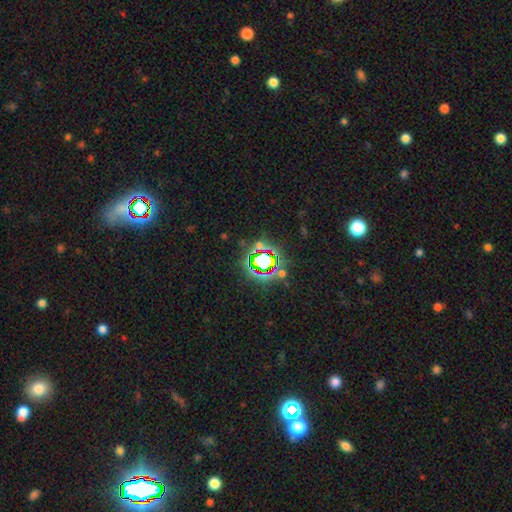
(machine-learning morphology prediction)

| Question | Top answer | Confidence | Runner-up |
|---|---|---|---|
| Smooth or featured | star or artifact | 73% | smooth (17%) |